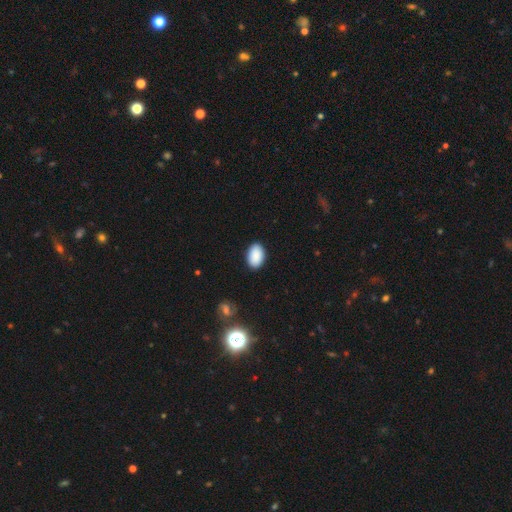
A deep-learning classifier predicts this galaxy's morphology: Smooth or featured?
  - smooth: 90% *
  - star or artifact: 7%
  - featured or disk: 3%
How rounded?
  - in between: 92% *
  - round: 7%
  - cigar-shaped: 1%
Merging?
  - none: 89% *
  - minor disturbance: 8%
  - major disturbance: 2%
  - merger: 1%